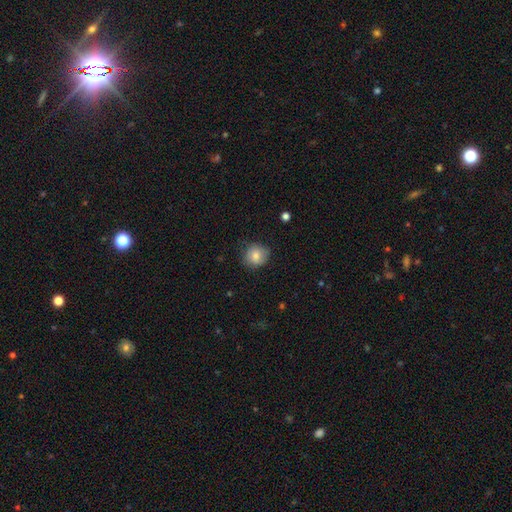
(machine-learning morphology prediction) smooth_or_featured: smooth (p=0.81) [alt: featured or disk p=0.11]
how_rounded: round (p=0.81) [alt: in between p=0.18]
merging: none (p=0.77) [alt: minor disturbance p=0.18]